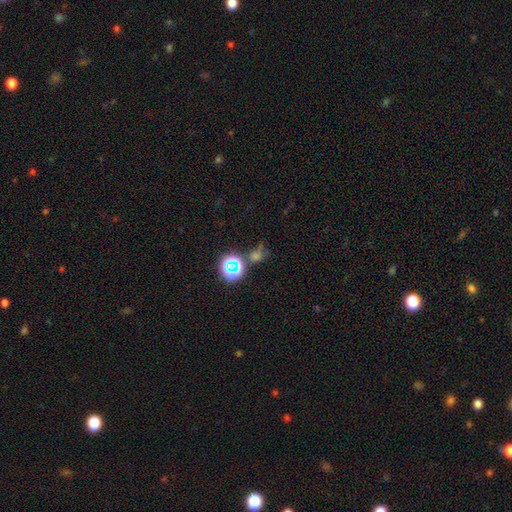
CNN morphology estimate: The model was most divided on "smooth or featured": star or artifact: 56%, smooth: 33%, featured or disk: 11%.